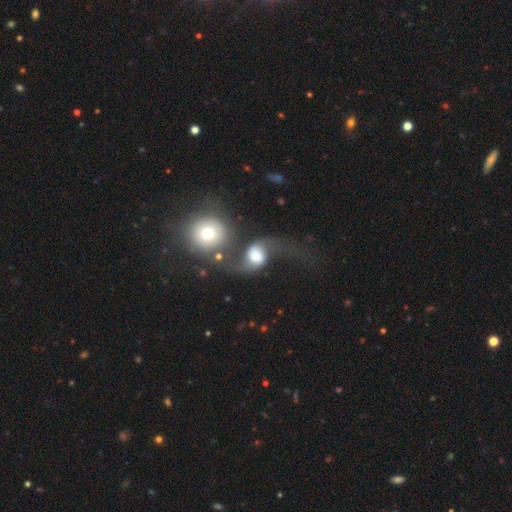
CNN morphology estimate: Q: Smooth or featured?
A: featured or disk (66%); runner-up: smooth (26%)
Q: Edge-on disk?
A: no (96%); runner-up: yes (4%)
Q: Bar?
A: no (49%); runner-up: weak (35%)
Q: Spiral arms?
A: yes (88%); runner-up: no (12%)
Q: Spiral winding?
A: loose (86%); runner-up: medium (11%)
Q: Spiral arm count?
A: 2 (90%); runner-up: 1 (5%)
Q: Bulge size?
A: large (41%); runner-up: moderate (26%)
Q: Merging?
A: merger (31%); tied with: none (31%)